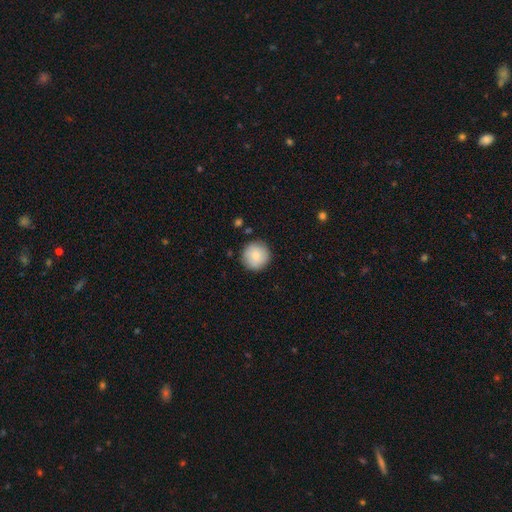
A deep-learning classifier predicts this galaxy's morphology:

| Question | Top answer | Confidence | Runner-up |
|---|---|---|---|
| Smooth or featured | smooth | 84% | featured or disk (10%) |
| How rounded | round | 96% | in between (3%) |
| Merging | none | 89% | minor disturbance (8%) |